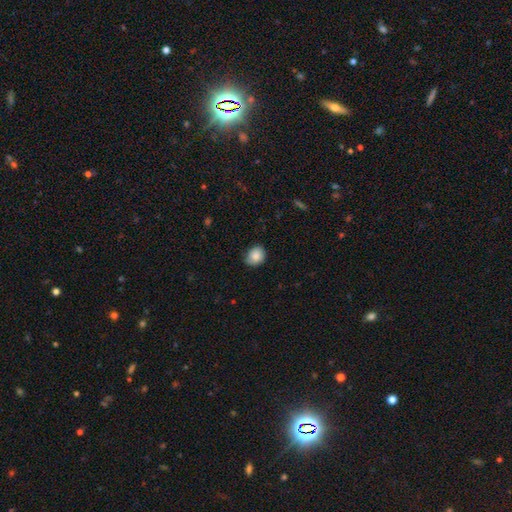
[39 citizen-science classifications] A smooth galaxy with no disk features (82%) that is round (56%). Merging: none (55%).